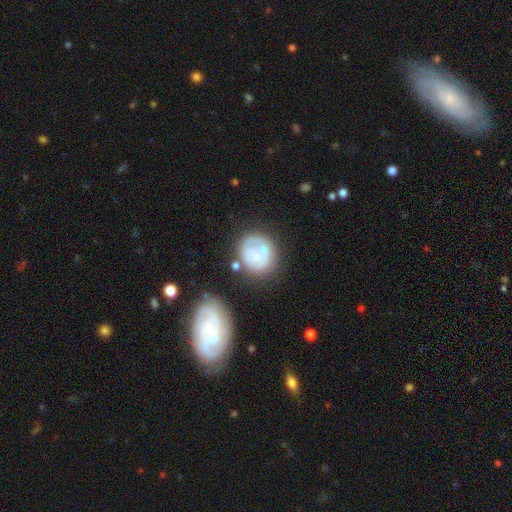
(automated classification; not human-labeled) Smooth or featured? smooth (53%)
How rounded? round (80%)
Merging? none (55%)